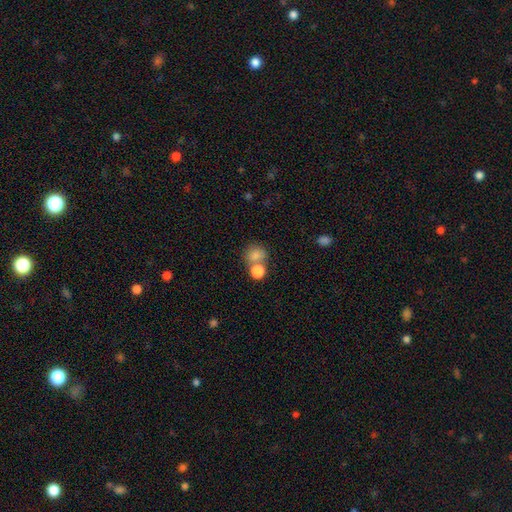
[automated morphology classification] smooth_or_featured: smooth (p=0.80) [alt: star or artifact p=0.12]
how_rounded: round (p=0.70) [alt: in between p=0.29]
merging: none (p=0.45) [alt: merger p=0.40]